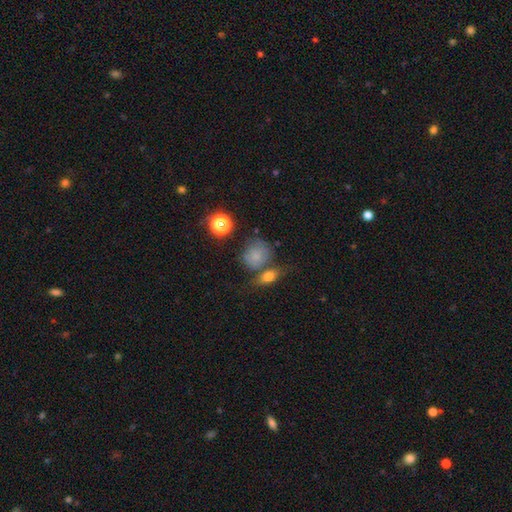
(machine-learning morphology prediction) Smooth or featured? smooth (73%)
How rounded? round (74%)
Merging? none (51%)